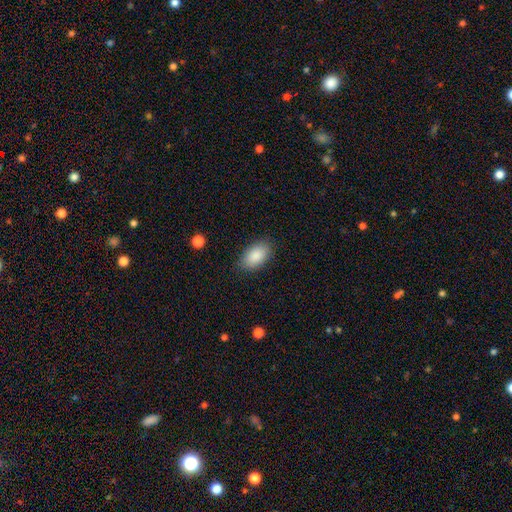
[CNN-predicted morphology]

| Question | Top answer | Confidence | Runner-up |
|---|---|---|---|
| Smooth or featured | smooth | 88% | star or artifact (7%) |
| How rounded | in between | 93% | round (5%) |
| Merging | none | 85% | minor disturbance (11%) |